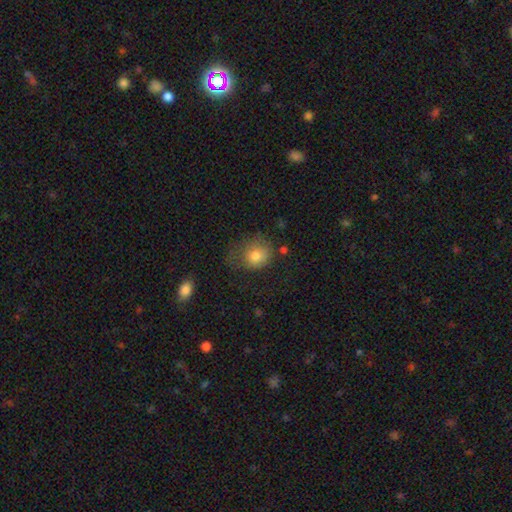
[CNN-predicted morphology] This is likely a smooth galaxy (78%). How rounded: likely round (69%). Merging: marginally none (44%).